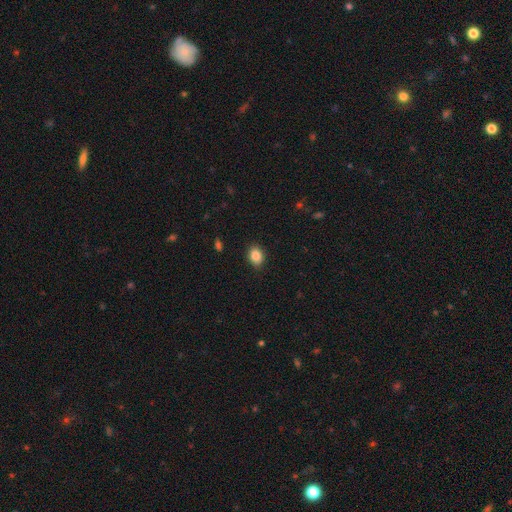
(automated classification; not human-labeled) A smooth galaxy with no disk features (87%) that is in between round and cigar-shaped (65%).

Vote fractions:
- Smooth or featured? smooth: 87% / star or artifact: 9% / featured or disk: 4%
- How rounded? in between: 65% / round: 34% / cigar-shaped: 1%
- Merging? none: 89% / minor disturbance: 8% / major disturbance: 2% / merger: 1%